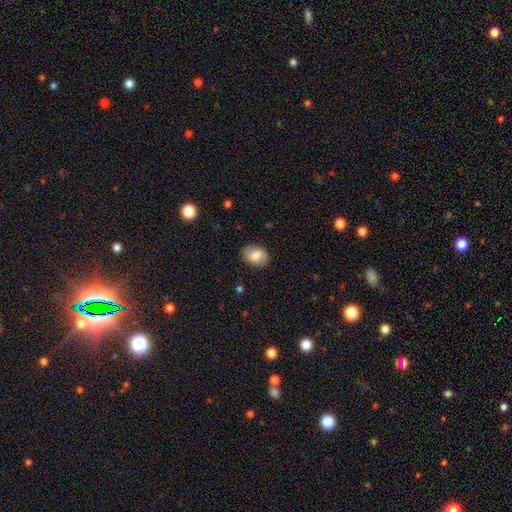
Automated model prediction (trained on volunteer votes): This appears to be a smooth galaxy with no disk features (79%) that is in between round and cigar-shaped (70%). Merging: none (82%).